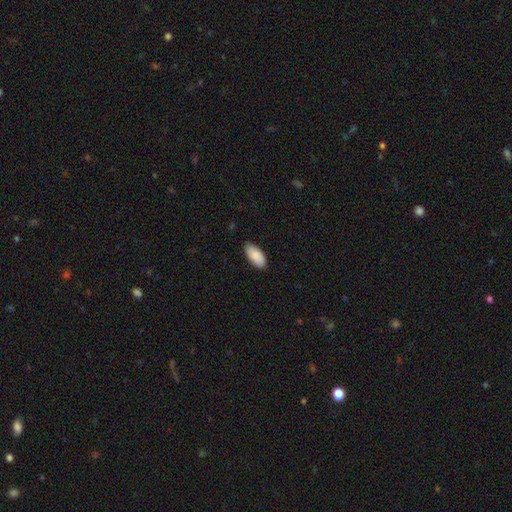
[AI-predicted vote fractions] Smooth or featured? smooth (90%)
How rounded? in between (93%)
Merging? none (85%)